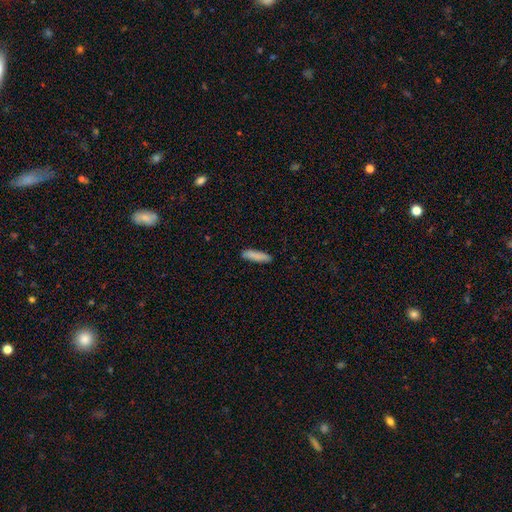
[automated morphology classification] A smooth galaxy with no disk features (88%) that is cigar-shaped (72%). Merging: none (88%).